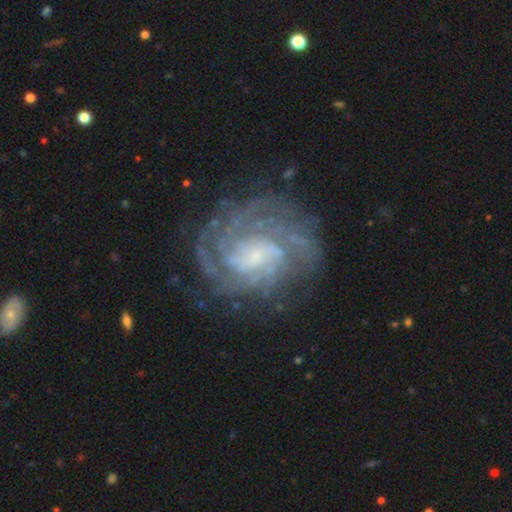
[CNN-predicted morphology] A featured or disk galaxy (88%) with no bar (50%), tight (62%) spiral arms (96%) and a small central bulge (54%).

Vote fractions:
- Smooth or featured? featured or disk: 88% / star or artifact: 7% / smooth: 6%
- Edge-on disk? no: 98% / yes: 2%
- Bar? no: 50% / weak: 40% / strong: 10%
- Spiral arms? yes: 96% / no: 4%
- Spiral winding? tight: 62% / medium: 31% / loose: 6%
- Spiral arm count? can't tell: 29% / 4: 21% / 3: 19% / 2: 13% / more than 4: 11% / 1: 7%
- Bulge size? small: 54% / moderate: 21% / none: 20% / large: 4% / dominant: 1%
- Merging? none: 71% / minor disturbance: 17% / major disturbance: 11% / merger: 2%